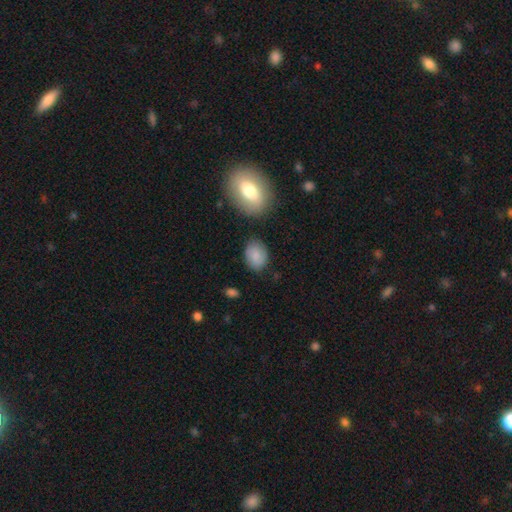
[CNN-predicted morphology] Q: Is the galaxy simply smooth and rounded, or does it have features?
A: smooth — 85%.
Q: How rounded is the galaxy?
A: in between — 74%.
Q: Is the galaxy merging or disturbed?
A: none — 80%.